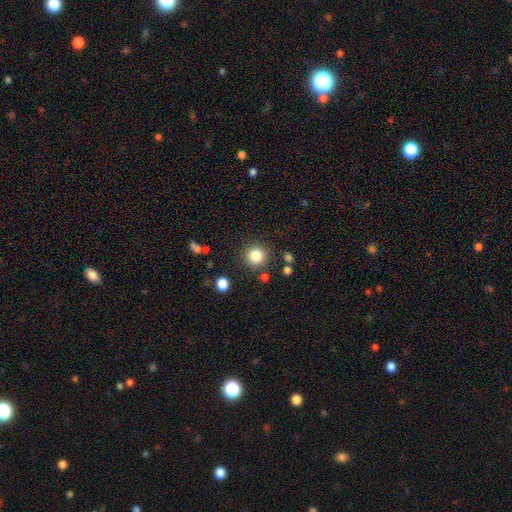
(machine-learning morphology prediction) Overall: smooth (83%). How rounded: round (93%). Merging: none (85%).